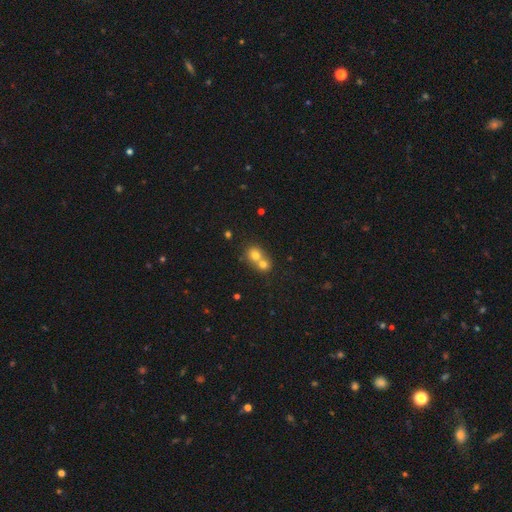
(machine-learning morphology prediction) smooth-or-featured: smooth: 71% | featured or disk: 16% | star or artifact: 13%
  how-rounded: round: 73% | in between: 26% | cigar-shaped: 1%
  merging: merger: 64% | none: 29% | minor disturbance: 5% | major disturbance: 2%